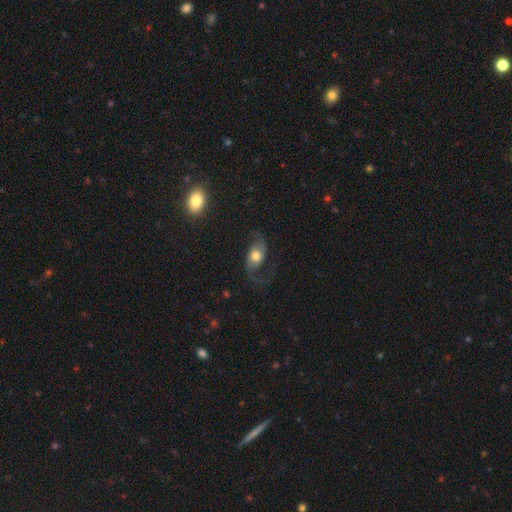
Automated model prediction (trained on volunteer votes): The model was most divided on "bulge size": moderate: 57%, large: 30%, small: 7%, dominant: 4%, none: 2%. More confident: edge-on disk — no (95%); spiral arms — yes (90%); spiral arm count — 2 (86%); spiral winding — loose (70%); bar — no (69%); smooth or featured — featured or disk (68%); merging — none (58%).